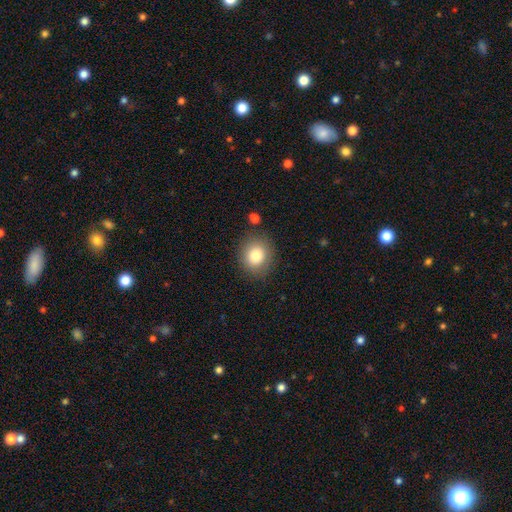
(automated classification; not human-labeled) smooth-or-featured: smooth: 81% | star or artifact: 10% | featured or disk: 9%
  how-rounded: round: 79% | in between: 20% | cigar-shaped: 1%
  merging: none: 85% | minor disturbance: 10% | major disturbance: 3% | merger: 3%